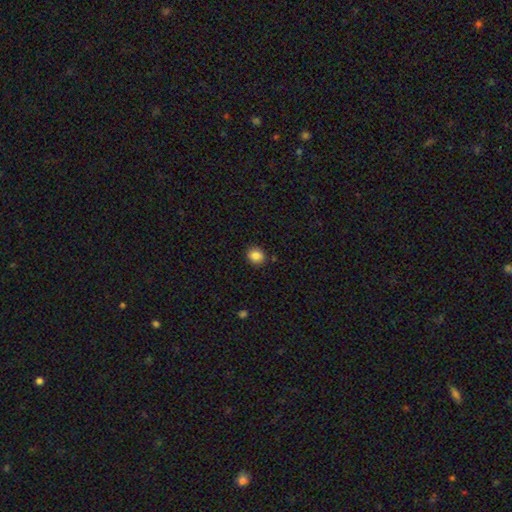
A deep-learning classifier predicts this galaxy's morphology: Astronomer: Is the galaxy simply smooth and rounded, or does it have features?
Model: smooth — 86%.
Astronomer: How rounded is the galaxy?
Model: round — 72%.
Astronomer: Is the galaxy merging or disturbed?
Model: none — 88%.